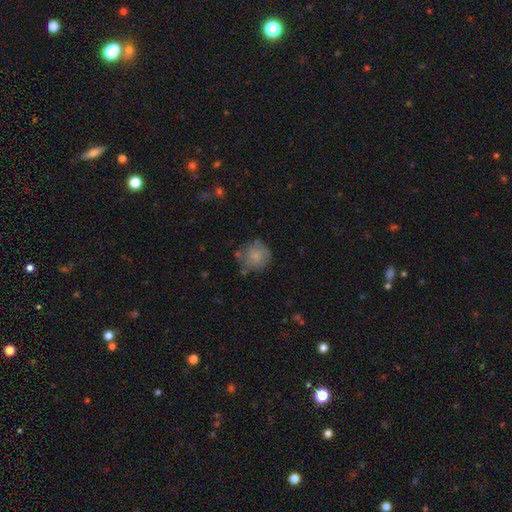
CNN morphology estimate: Overall: smooth (73%). How rounded: round (89%). Merging: none (63%; minor disturbance 24%).